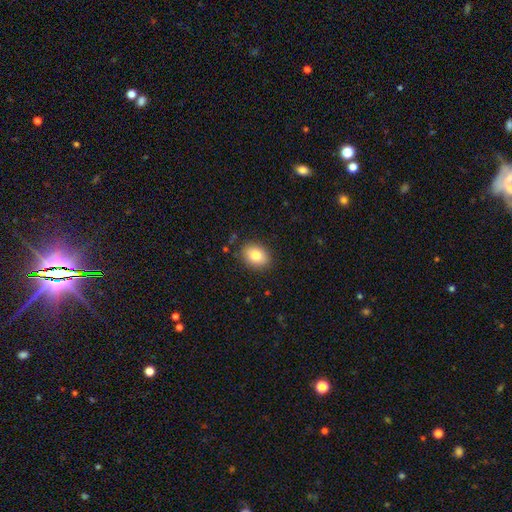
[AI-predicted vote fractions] A smooth galaxy with no disk features (82%) that is in between round and cigar-shaped (61%). Merging: none (87%).